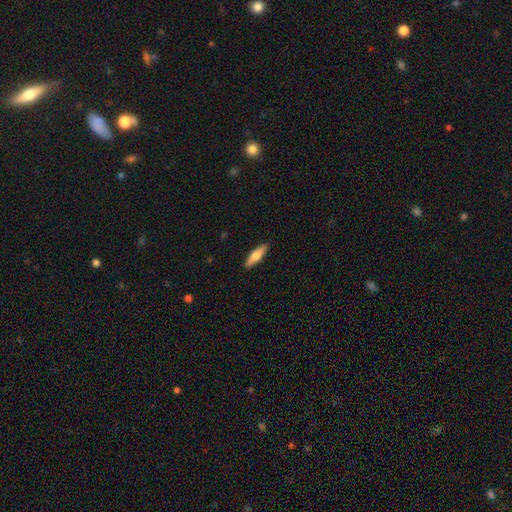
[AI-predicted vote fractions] smooth-or-featured: smooth: 60% | featured or disk: 35% | star or artifact: 6%
  how-rounded: cigar-shaped: 65% | in between: 33% | round: 2%
  merging: none: 90% | minor disturbance: 7% | major disturbance: 2% | merger: 1%